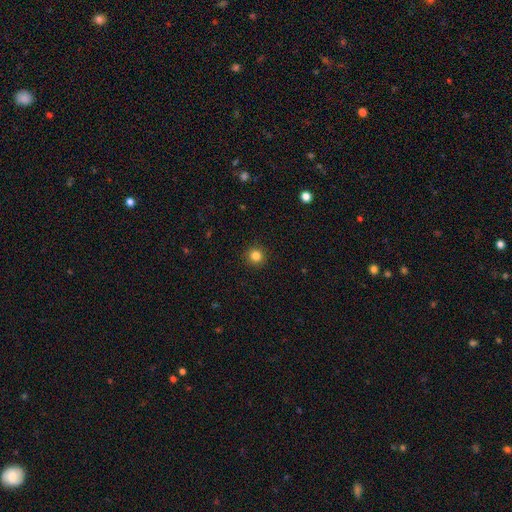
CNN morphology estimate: smooth 83%, star or artifact 12%, featured or disk 4%. Down the decision tree: how rounded — round (95%); merging — none (92%).